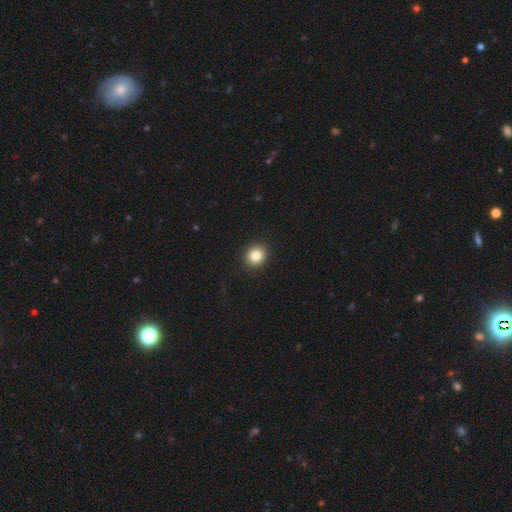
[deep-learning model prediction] Smooth or featured? smooth (84%)
How rounded? round (85%)
Merging? none (92%)